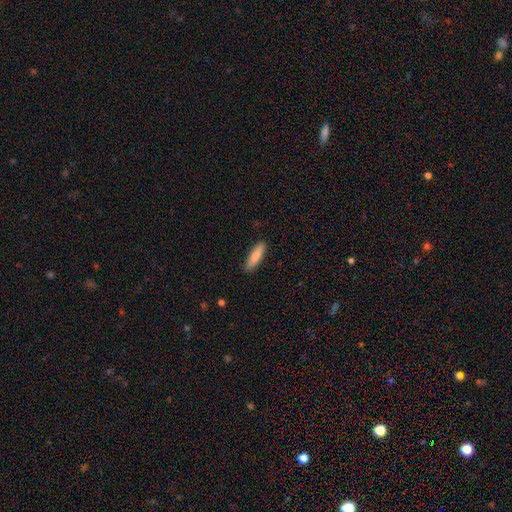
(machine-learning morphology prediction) Smooth or featured?
  - smooth: 85% *
  - featured or disk: 9%
  - star or artifact: 6%
How rounded?
  - cigar-shaped: 71% *
  - in between: 28%
  - round: 1%
Merging?
  - none: 88% *
  - minor disturbance: 9%
  - major disturbance: 2%
  - merger: 1%